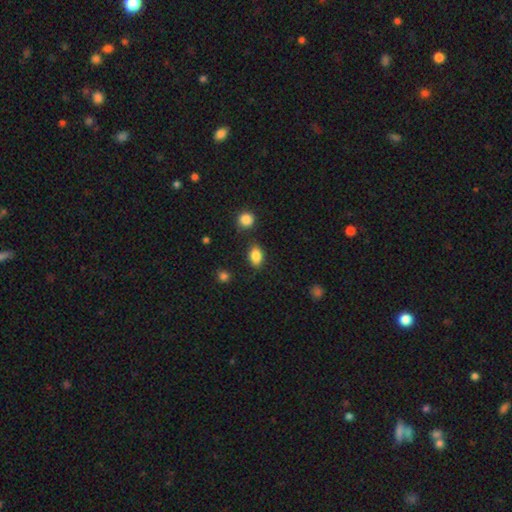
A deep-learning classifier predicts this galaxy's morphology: A smooth galaxy with no disk features (85%) that is in between round and cigar-shaped (81%).

Vote fractions:
- Smooth or featured? smooth: 85% / star or artifact: 9% / featured or disk: 6%
- How rounded? in between: 81% / round: 17% / cigar-shaped: 2%
- Merging? none: 79% / minor disturbance: 13% / merger: 4% / major disturbance: 3%